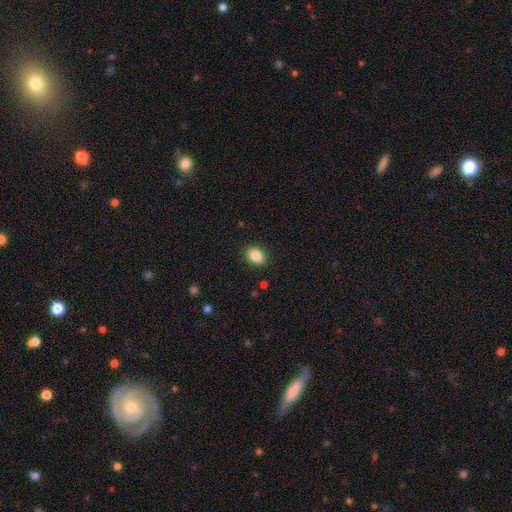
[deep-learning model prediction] This appears to be a smooth galaxy with no disk features (86%) that is in between round and cigar-shaped (74%). Merging: none (89%).